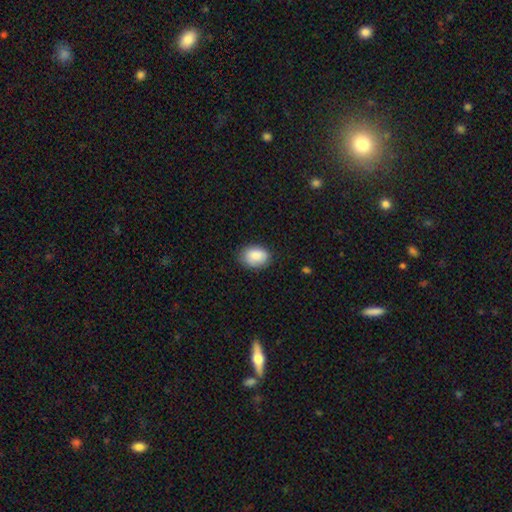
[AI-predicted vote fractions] Smooth or featured: smooth — 87% (star or artifact — 7%)
How rounded: in between — 76% (round — 23%)
Merging: none — 80% (minor disturbance — 16%)